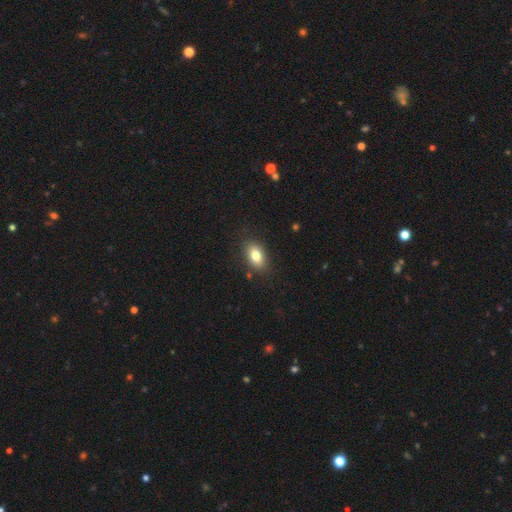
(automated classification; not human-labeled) smooth-or-featured: smooth: 80% | featured or disk: 11% | star or artifact: 9%
  how-rounded: in between: 87% | round: 11% | cigar-shaped: 2%
  merging: none: 85% | minor disturbance: 10% | major disturbance: 3% | merger: 1%